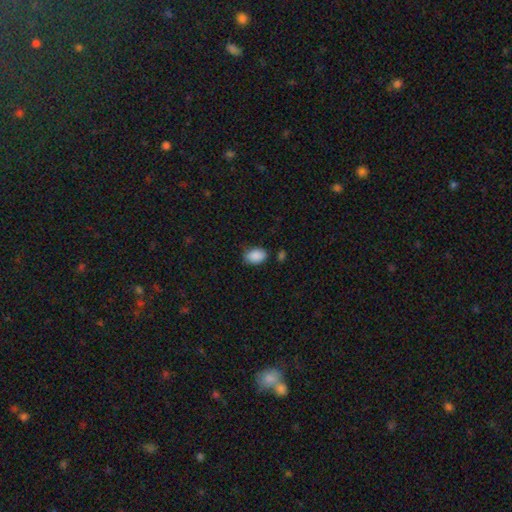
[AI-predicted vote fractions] Smooth or featured? Predicted: smooth (p=0.90). How rounded? Predicted: in between (p=0.87). Merging? Predicted: none (p=0.77).